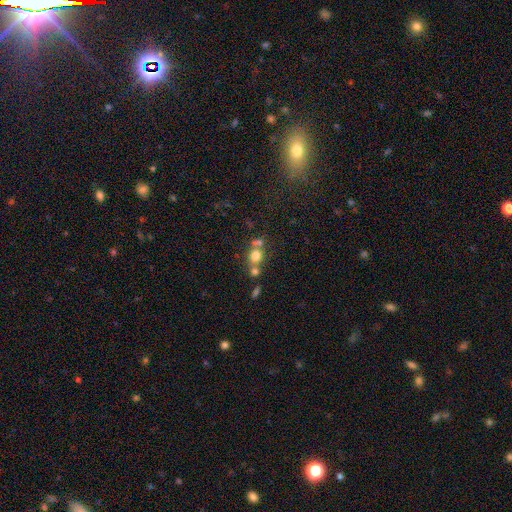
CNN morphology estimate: smooth 71%, star or artifact 15%, featured or disk 14%. Down the decision tree: how rounded — round (80%); merging — none (47%).